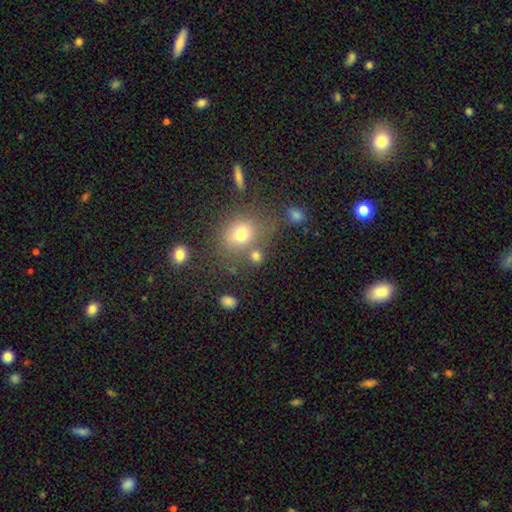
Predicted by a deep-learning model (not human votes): smooth_or_featured: smooth (p=0.73) [alt: star or artifact p=0.17]
how_rounded: round (p=0.68) [alt: in between p=0.30]
merging: none (p=0.61) [alt: merger p=0.20]